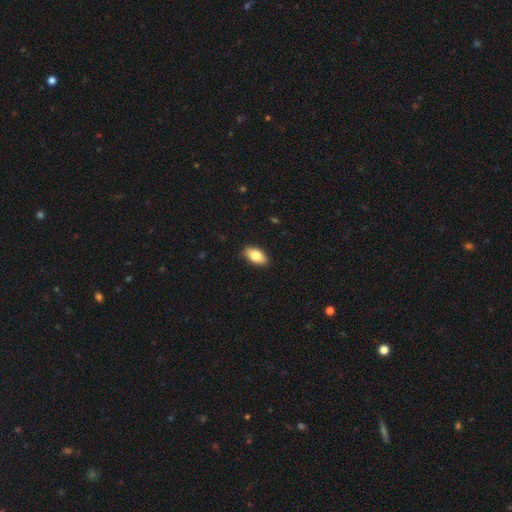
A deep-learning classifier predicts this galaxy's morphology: The model was most divided on "smooth or featured": smooth: 81%, featured or disk: 12%, star or artifact: 7%. More confident: how rounded — in between (92%); merging — none (87%).